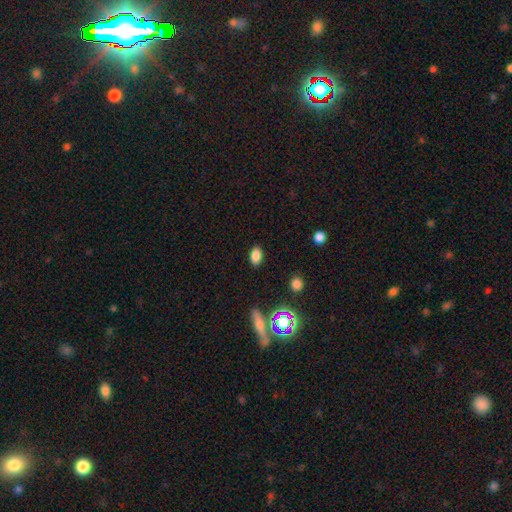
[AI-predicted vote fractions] Smooth or featured? smooth (83%)
How rounded? in between (88%)
Merging? none (87%)